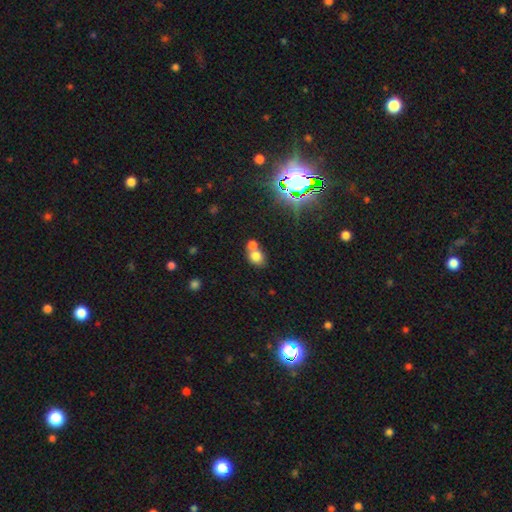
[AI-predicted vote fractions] Morphology: type=smooth (74%); roundness=round (55%); merging=merger (51%).